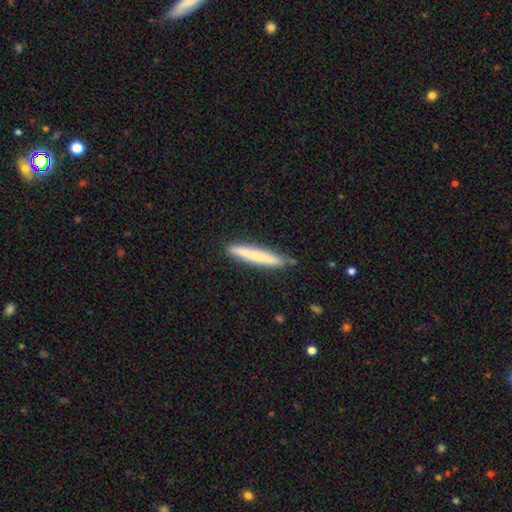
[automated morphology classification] type=smooth (71%); roundness=cigar-shaped (95%); merging=none (85%).